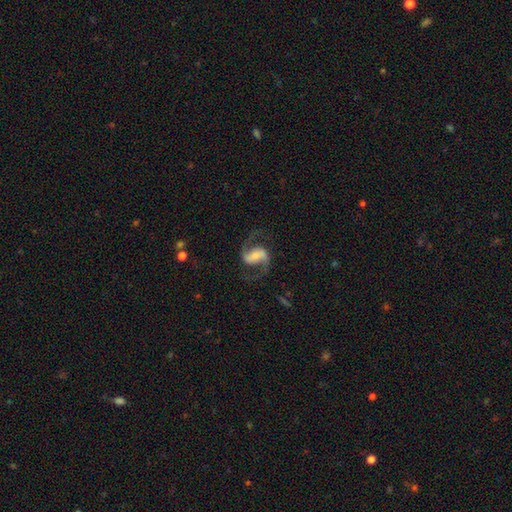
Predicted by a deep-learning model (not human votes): Smooth or featured: featured or disk — 89% (smooth — 6%)
Edge-on disk: no — 98% (yes — 2%)
Bar: strong — 45% (weak — 37%)
Spiral arms: yes — 97% (no — 3%)
Spiral winding: medium — 51% (loose — 39%)
Spiral arm count: 2 — 94% (1 — 2%)
Bulge size: small — 45% (moderate — 33%)
Merging: none — 78% (minor disturbance — 12%)